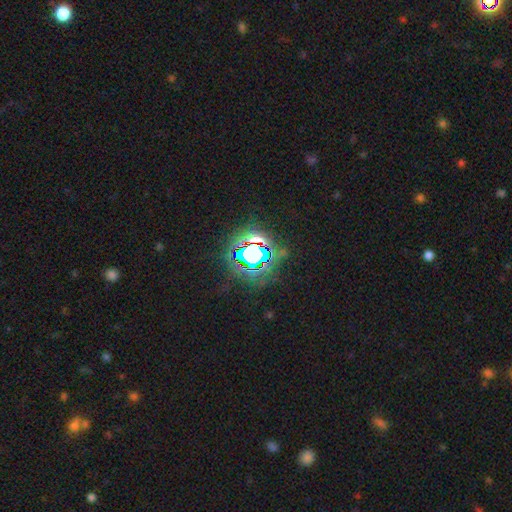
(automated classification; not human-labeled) smooth-or-featured: star or artifact: 76% | smooth: 13% | featured or disk: 11%